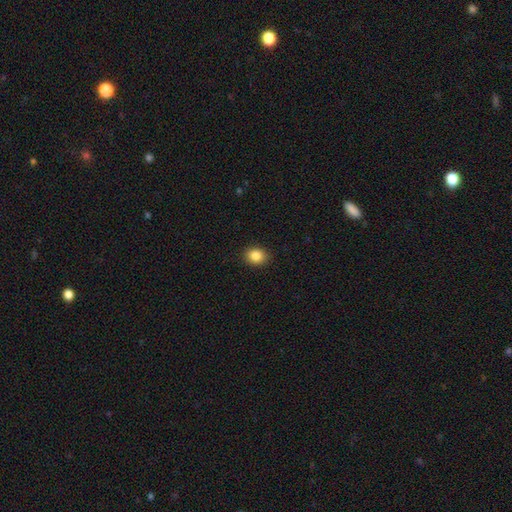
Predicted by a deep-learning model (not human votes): Smooth or featured: smooth — 86% (star or artifact — 9%)
How rounded: round — 52% (in between — 47%)
Merging: none — 89% (minor disturbance — 8%)